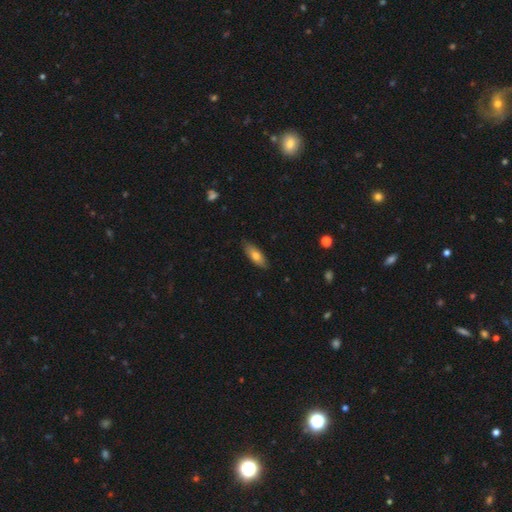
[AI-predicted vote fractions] smooth-or-featured: smooth: 73% | featured or disk: 21% | star or artifact: 6%
  how-rounded: in between: 73% | cigar-shaped: 25% | round: 2%
  merging: none: 83% | minor disturbance: 14% | major disturbance: 2% | merger: 1%